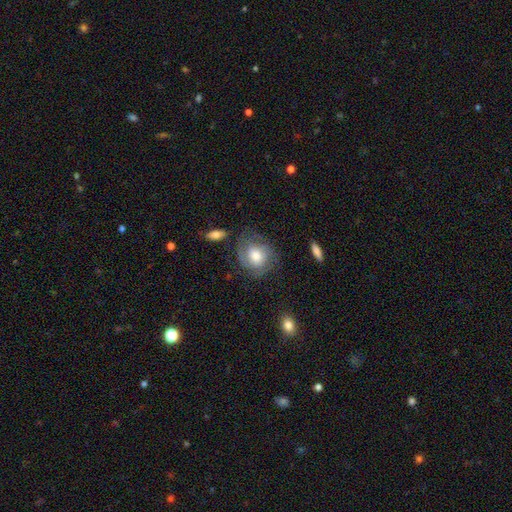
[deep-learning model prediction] Morphology: type=featured or disk (54%); edge-on=no (97%); bar=no (74%); spiral arms=yes (83%); bulge=moderate (45%); merging=none (65%).